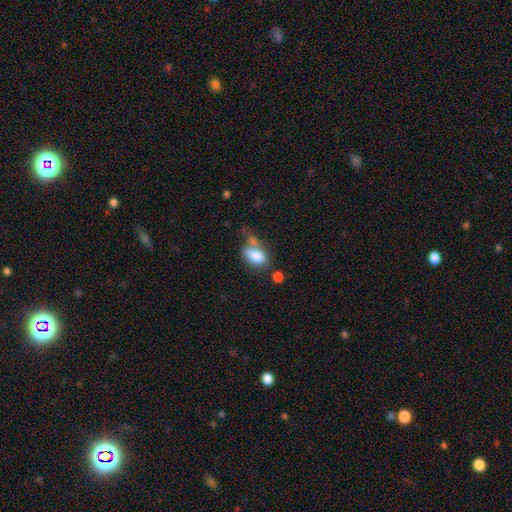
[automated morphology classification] Q: Smooth or featured?
A: smooth (81%); runner-up: featured or disk (10%)
Q: How rounded?
A: in between (87%); runner-up: round (10%)
Q: Merging?
A: none (42%); runner-up: merger (25%)